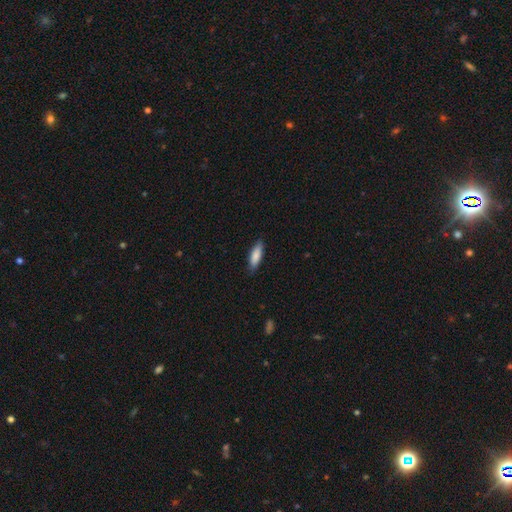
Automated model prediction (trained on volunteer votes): Smooth or featured?
  - smooth: 84% *
  - featured or disk: 10%
  - star or artifact: 6%
How rounded?
  - cigar-shaped: 50% *
  - in between: 49%
  - round: 2%
Merging?
  - none: 86% *
  - minor disturbance: 11%
  - major disturbance: 2%
  - merger: 1%